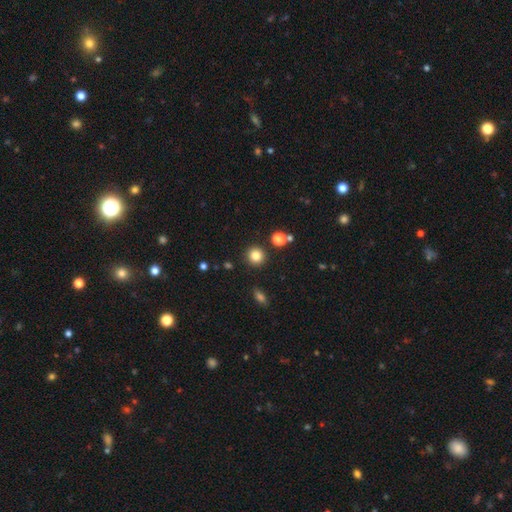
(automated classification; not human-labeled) This is clearly a smooth galaxy (83%). How rounded: clearly round (92%). Merging: clearly none (88%).